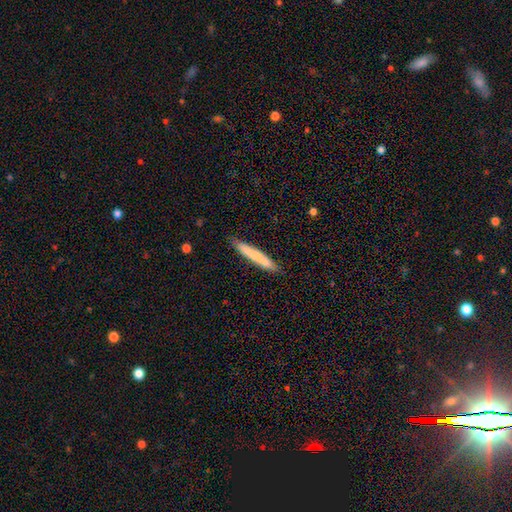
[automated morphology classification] Smooth or featured?
  - smooth: 72% *
  - featured or disk: 22%
  - star or artifact: 6%
How rounded?
  - cigar-shaped: 95% *
  - in between: 4%
  - round: 1%
Merging?
  - none: 87% *
  - minor disturbance: 10%
  - major disturbance: 2%
  - merger: 1%